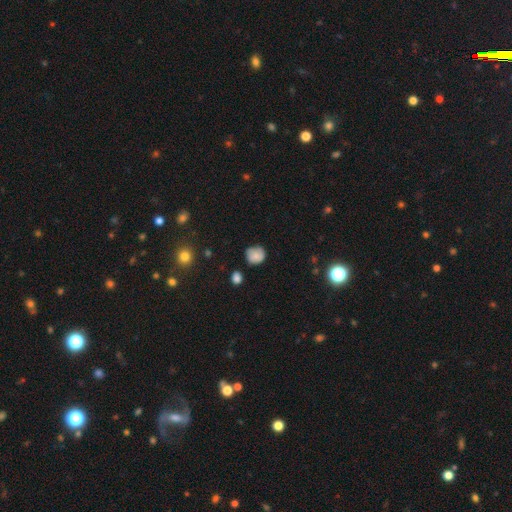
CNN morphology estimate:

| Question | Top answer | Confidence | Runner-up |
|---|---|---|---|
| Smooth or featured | smooth | 76% | featured or disk (15%) |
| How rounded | round | 78% | in between (21%) |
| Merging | none | 65% | minor disturbance (27%) |